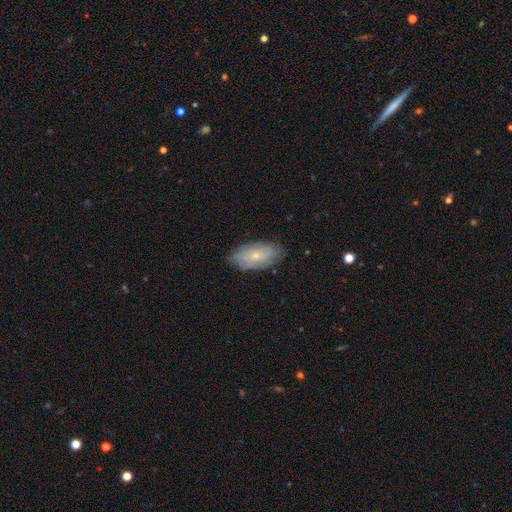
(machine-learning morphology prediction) Overall: smooth (52%; featured or disk 41%). How rounded: in between (92%). Merging: none (77%).